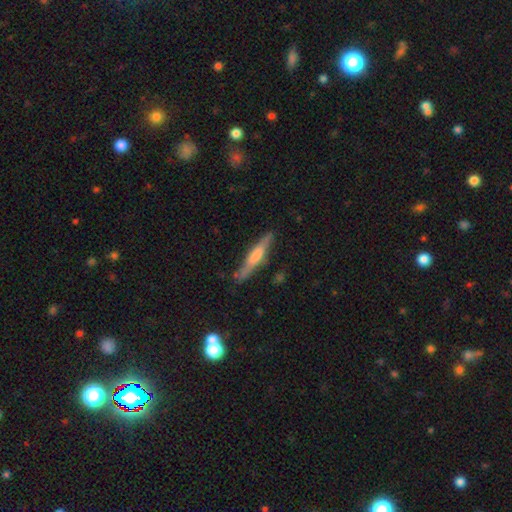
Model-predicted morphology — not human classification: Smooth or featured? featured or disk (58%)
Edge-on disk? yes (92%)
Edge-on bulge? rounded (49%)
Merging? none (80%)